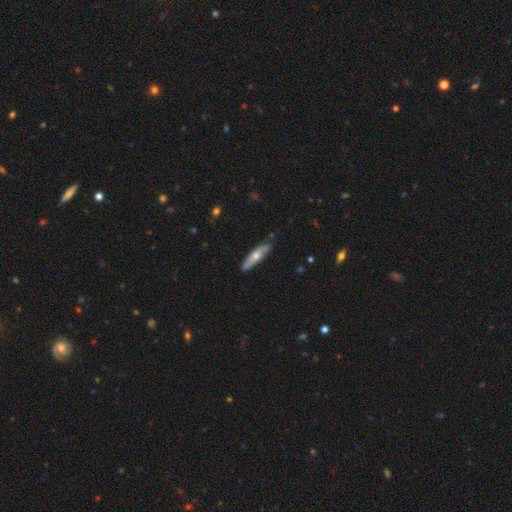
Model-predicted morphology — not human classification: Smooth or featured: smooth — 52% (featured or disk — 42%)
How rounded: cigar-shaped — 78% (in between — 20%)
Merging: none — 84% (minor disturbance — 13%)